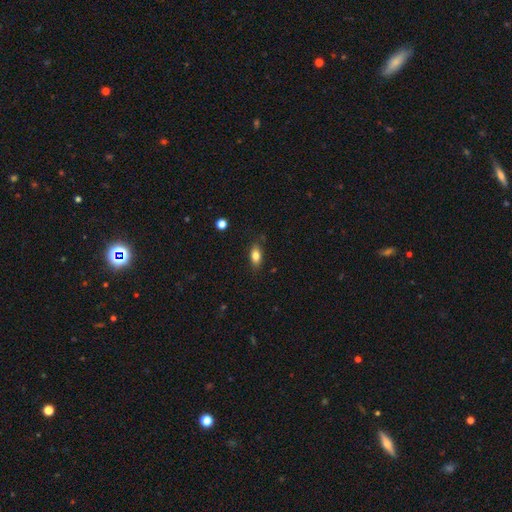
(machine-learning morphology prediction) smooth-or-featured: smooth: 81% | featured or disk: 11% | star or artifact: 8%
  how-rounded: in between: 85% | cigar-shaped: 9% | round: 6%
  merging: none: 82% | minor disturbance: 14% | major disturbance: 3% | merger: 1%